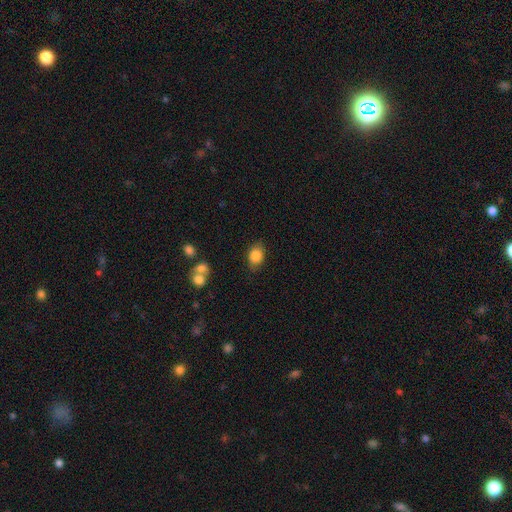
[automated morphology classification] This is clearly a smooth galaxy (84%). How rounded: likely in between (73%). Merging: likely none (78%).